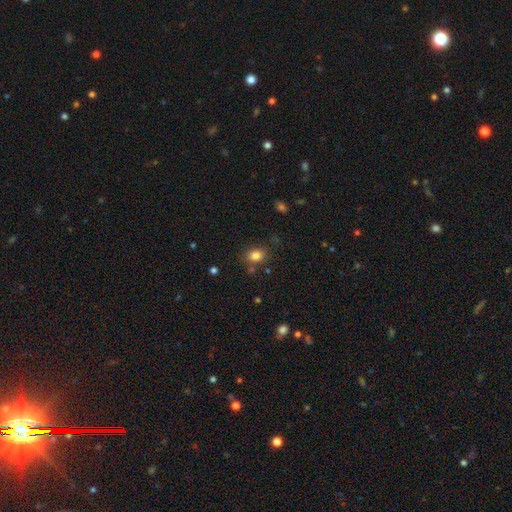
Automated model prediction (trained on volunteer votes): Smooth or featured? smooth (82%)
How rounded? in between (51%)
Merging? none (77%)